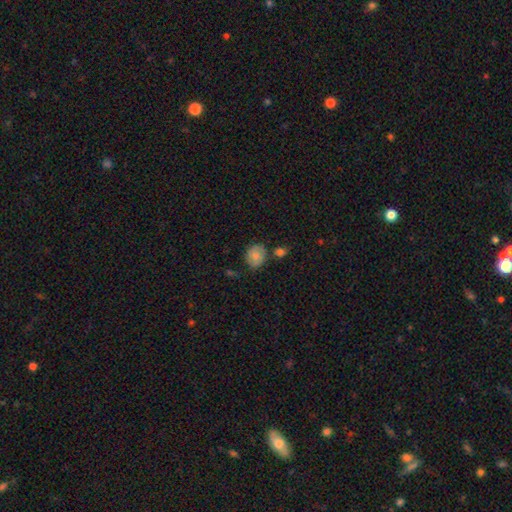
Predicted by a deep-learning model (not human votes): smooth-or-featured: smooth: 75% | featured or disk: 16% | star or artifact: 8%
  how-rounded: round: 65% | in between: 34% | cigar-shaped: 1%
  merging: none: 66% | minor disturbance: 21% | merger: 8% | major disturbance: 5%